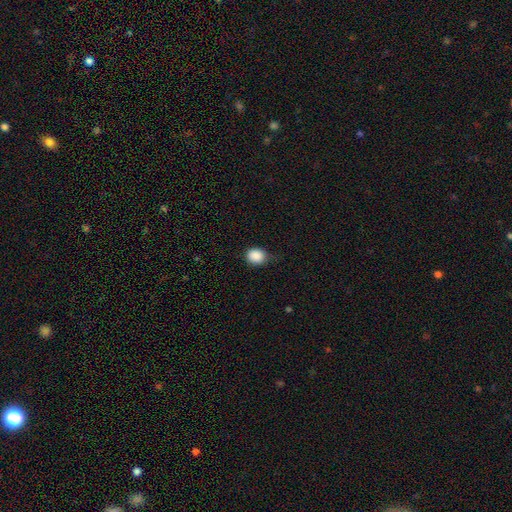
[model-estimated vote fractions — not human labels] Smooth or featured? smooth (88%)
How rounded? round (65%)
Merging? none (70%)